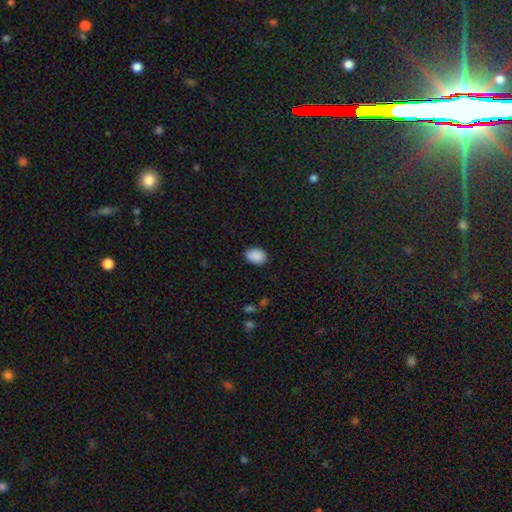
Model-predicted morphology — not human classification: type=smooth (89%); roundness=in between (77%); merging=none (84%).